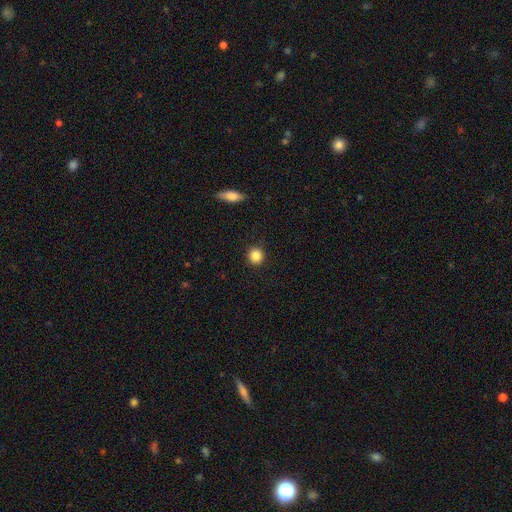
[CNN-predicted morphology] The model was most divided on "smooth or featured": smooth: 86%, star or artifact: 10%, featured or disk: 4%. More confident: how rounded — round (93%); merging — none (91%).